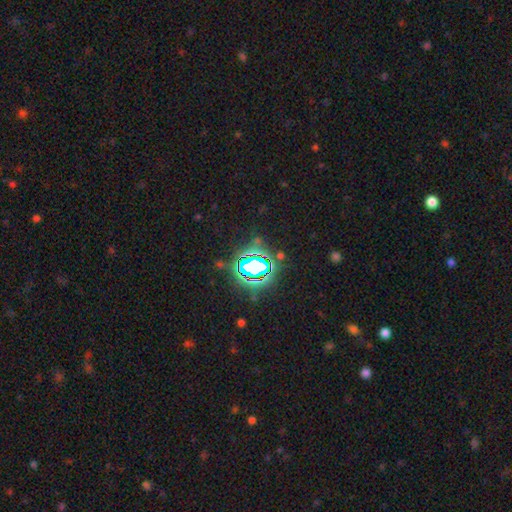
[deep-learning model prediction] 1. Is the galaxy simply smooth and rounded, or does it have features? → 81% star or artifact, 12% smooth, 7% featured or disk.